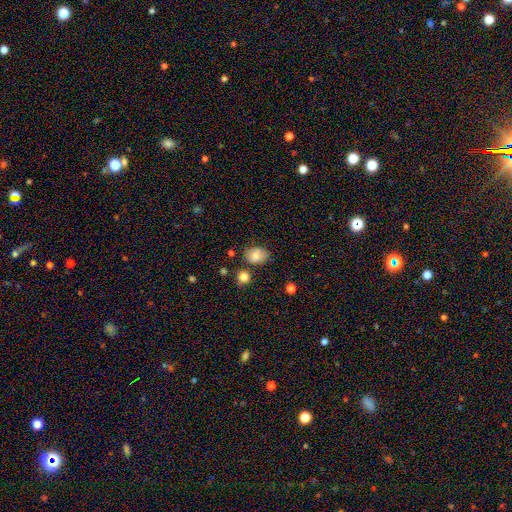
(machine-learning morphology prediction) This is clearly a smooth galaxy (80%). How rounded: likely in between (69%). Merging: likely none (71%).